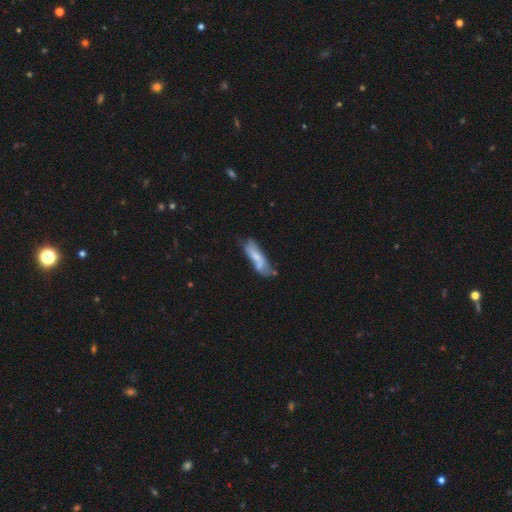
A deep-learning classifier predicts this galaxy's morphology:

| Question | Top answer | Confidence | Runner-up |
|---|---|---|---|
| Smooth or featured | smooth | 57% | featured or disk (35%) |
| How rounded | cigar-shaped | 55% | in between (43%) |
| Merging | none | 40% | minor disturbance (27%) |